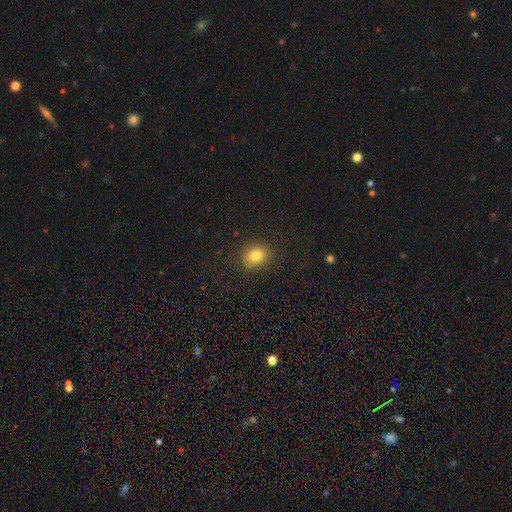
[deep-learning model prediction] Q: Smooth or featured?
A: smooth (81%); runner-up: star or artifact (12%)
Q: How rounded?
A: round (56%); runner-up: in between (43%)
Q: Merging?
A: none (87%); runner-up: minor disturbance (9%)